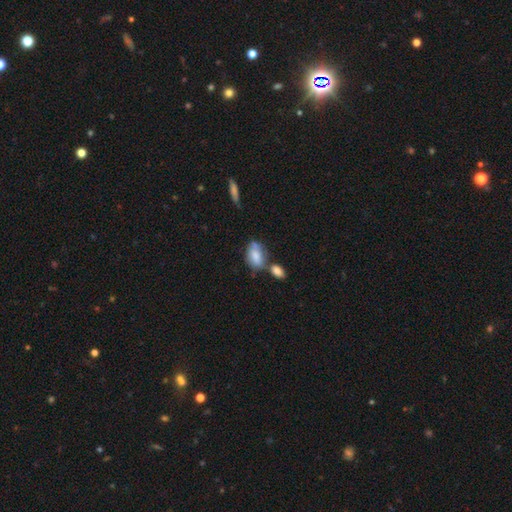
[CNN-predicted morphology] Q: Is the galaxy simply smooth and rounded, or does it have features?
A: smooth — 73%.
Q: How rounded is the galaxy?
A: in between — 89%.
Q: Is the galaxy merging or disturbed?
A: none — 39%.